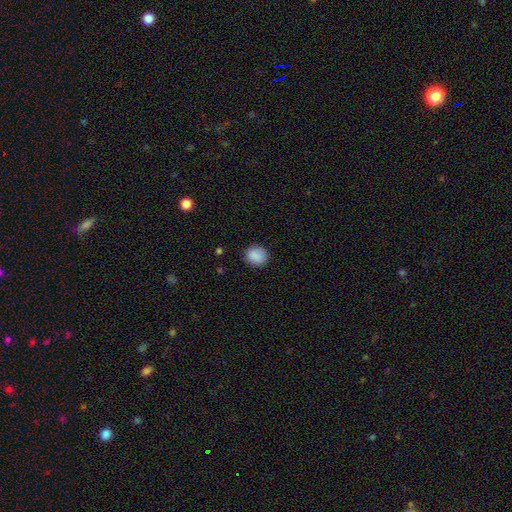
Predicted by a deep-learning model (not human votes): smooth_or_featured: smooth (p=0.88) [alt: star or artifact p=0.08]
how_rounded: round (p=0.82) [alt: in between p=0.18]
merging: none (p=0.88) [alt: minor disturbance p=0.09]